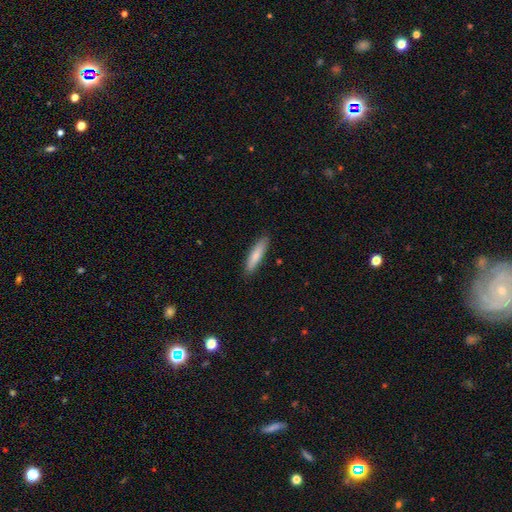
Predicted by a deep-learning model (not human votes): A smooth galaxy with no disk features (78%) that is cigar-shaped (79%).

Vote fractions:
- Smooth or featured? smooth: 78% / featured or disk: 17% / star or artifact: 5%
- How rounded? cigar-shaped: 79% / in between: 20% / round: 1%
- Merging? none: 87% / minor disturbance: 10% / major disturbance: 2% / merger: 1%